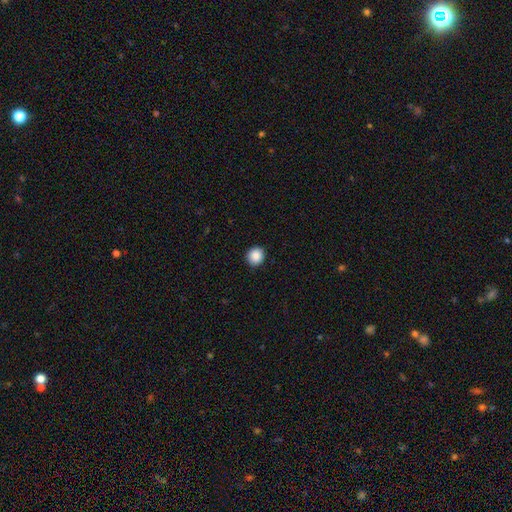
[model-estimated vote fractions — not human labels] A smooth galaxy with no disk features (89%) that is round (89%). Merging: none (92%).